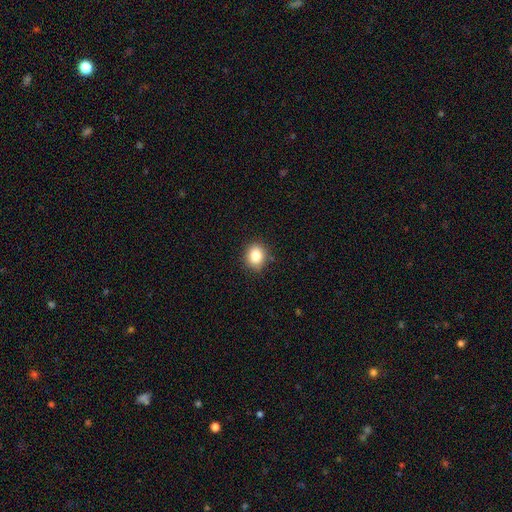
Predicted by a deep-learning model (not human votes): Smooth or featured?
  - smooth: 82% *
  - star or artifact: 11%
  - featured or disk: 7%
How rounded?
  - round: 72% *
  - in between: 27%
  - cigar-shaped: 1%
Merging?
  - none: 87% *
  - minor disturbance: 9%
  - major disturbance: 2%
  - merger: 1%